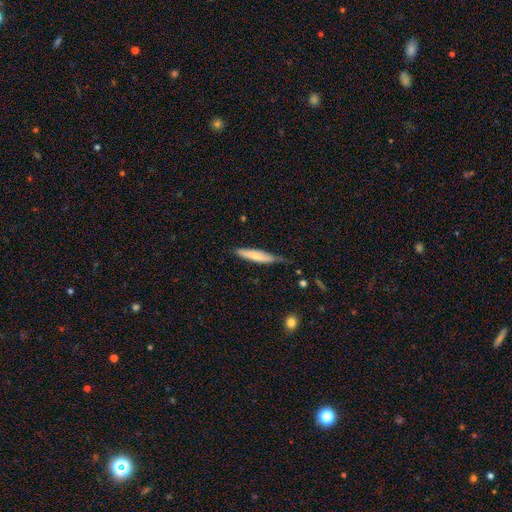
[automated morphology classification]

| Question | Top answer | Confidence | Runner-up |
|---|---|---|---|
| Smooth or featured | smooth | 66% | featured or disk (28%) |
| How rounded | cigar-shaped | 85% | in between (14%) |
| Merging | none | 65% | minor disturbance (28%) |